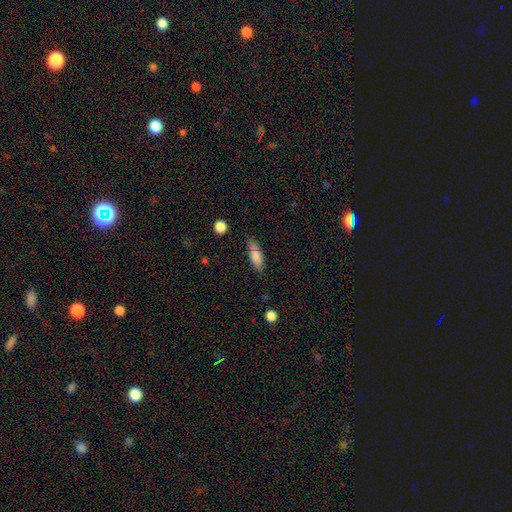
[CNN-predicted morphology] A smooth galaxy with no disk features (80%) that is cigar-shaped (50%).

Vote fractions:
- Smooth or featured? smooth: 80% / featured or disk: 14% / star or artifact: 7%
- How rounded? cigar-shaped: 50% / in between: 48% / round: 2%
- Merging? none: 80% / minor disturbance: 15% / major disturbance: 3% / merger: 2%